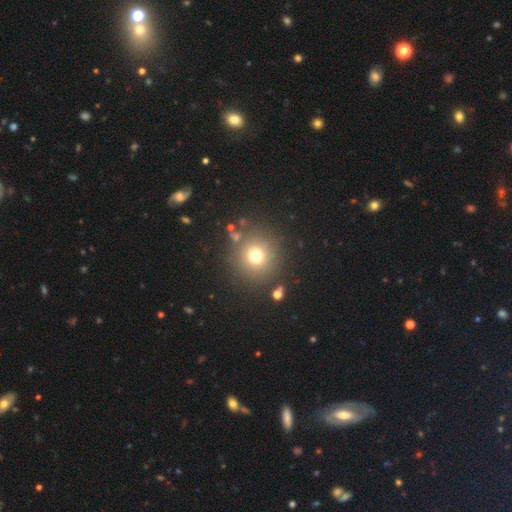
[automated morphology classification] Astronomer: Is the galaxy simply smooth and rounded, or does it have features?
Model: smooth — 72%.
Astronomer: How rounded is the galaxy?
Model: round — 95%.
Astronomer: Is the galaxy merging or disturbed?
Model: none — 85%.